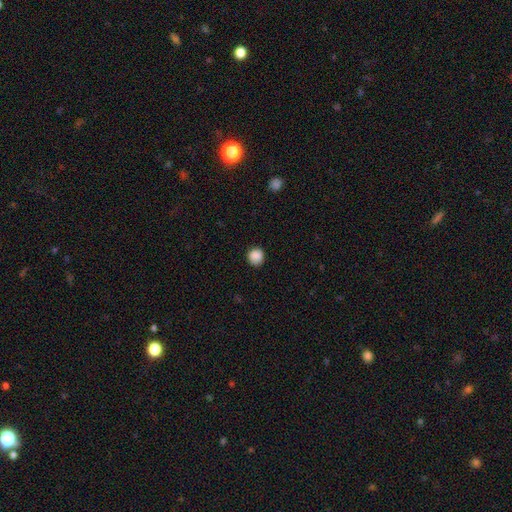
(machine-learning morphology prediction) The model was most divided on "merging": none: 86%, minor disturbance: 10%, major disturbance: 2%, merger: 1%. More confident: how rounded — round (89%); smooth or featured — smooth (88%).